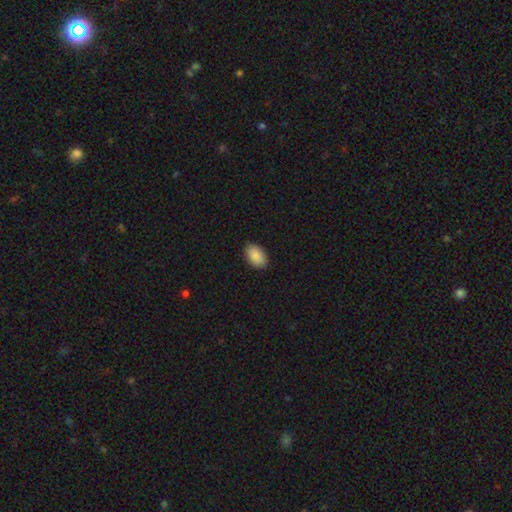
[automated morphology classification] A smooth galaxy with no disk features (89%) that is in between round and cigar-shaped (91%). Merging: none (89%).